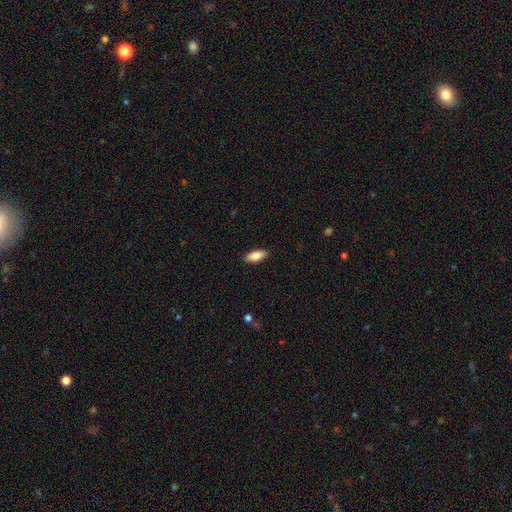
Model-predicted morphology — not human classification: type=smooth (85%); roundness=in between (82%); merging=none (89%).